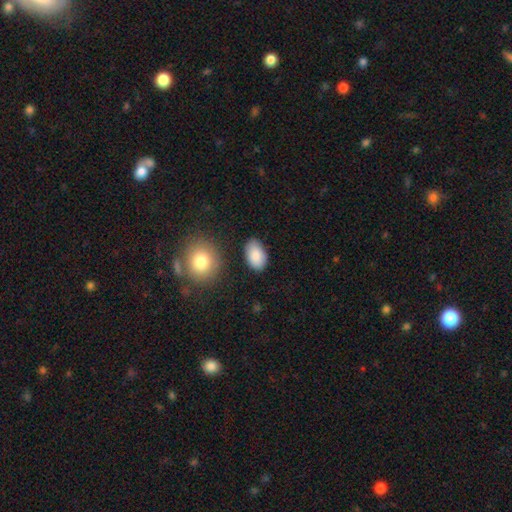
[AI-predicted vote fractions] The model was most divided on "merging": none: 80%, minor disturbance: 14%, merger: 3%, major disturbance: 3%. More confident: how rounded — in between (92%); smooth or featured — smooth (87%).